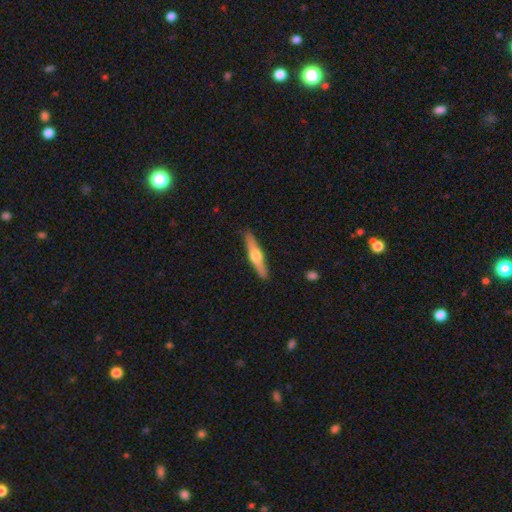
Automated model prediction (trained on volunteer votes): featured or disk 54%, smooth 40%, star or artifact 5%. Down the decision tree: edge-on disk — yes (94%); edge-on bulge — rounded (92%); merging — none (89%).